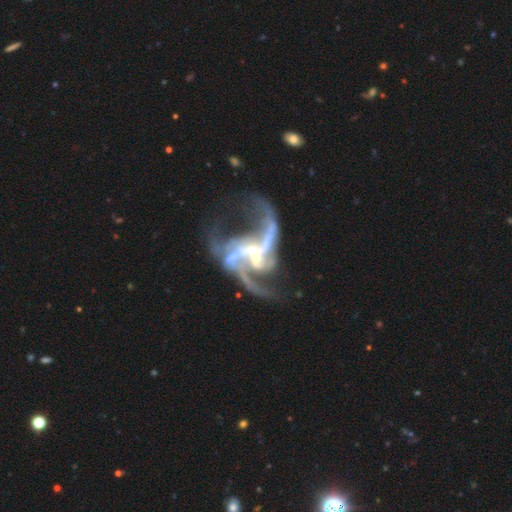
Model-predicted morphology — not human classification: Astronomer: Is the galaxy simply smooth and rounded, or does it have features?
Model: featured or disk — 88%.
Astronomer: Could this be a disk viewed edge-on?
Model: no — 98%.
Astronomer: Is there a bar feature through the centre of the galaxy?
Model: no — 42% (runner-up: weak, 33%).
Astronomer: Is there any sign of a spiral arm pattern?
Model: yes — 91%.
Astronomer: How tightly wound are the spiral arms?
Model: loose — 71%.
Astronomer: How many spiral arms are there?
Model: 2 — 54%.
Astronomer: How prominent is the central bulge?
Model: small — 57%.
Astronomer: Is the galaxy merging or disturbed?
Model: merger — 36% (runner-up: major disturbance, 31%).